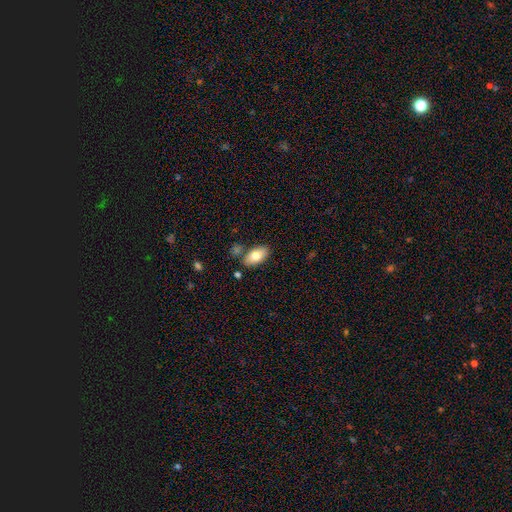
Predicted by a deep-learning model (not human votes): This appears to be a smooth galaxy with no disk features (77%) that is in between round and cigar-shaped (92%). Merging: none (78%).